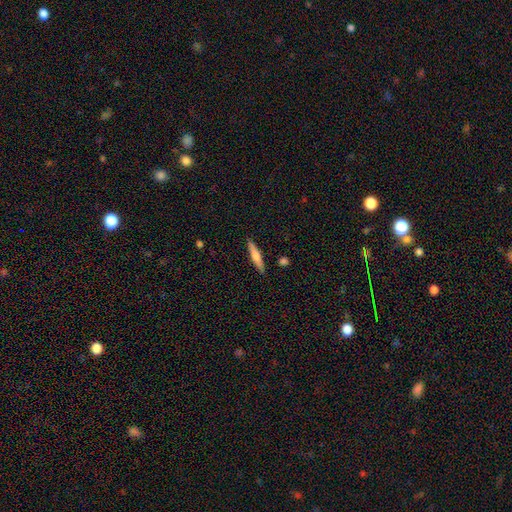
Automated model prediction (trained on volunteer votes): Morphology: type=smooth (59%); roundness=cigar-shaped (90%); merging=none (89%).